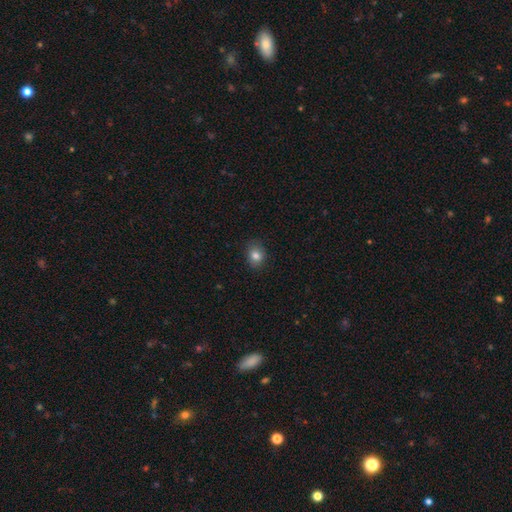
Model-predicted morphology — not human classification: Smooth or featured? smooth (81%)
How rounded? round (51%)
Merging? none (83%)